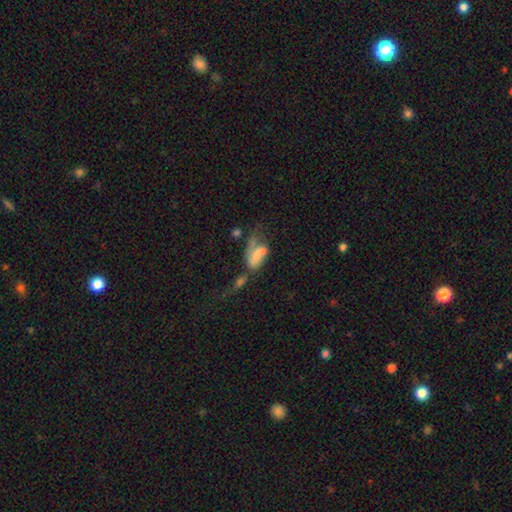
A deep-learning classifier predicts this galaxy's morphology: The model was most divided on "smooth or featured": smooth: 48%, featured or disk: 40%, star or artifact: 12%. Remaining: merging — merger (40%).